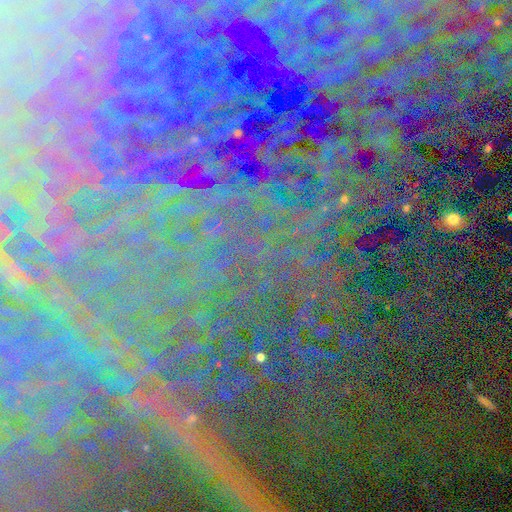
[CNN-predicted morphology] The model was most divided on "smooth or featured": star or artifact: 83%, featured or disk: 9%, smooth: 8%.